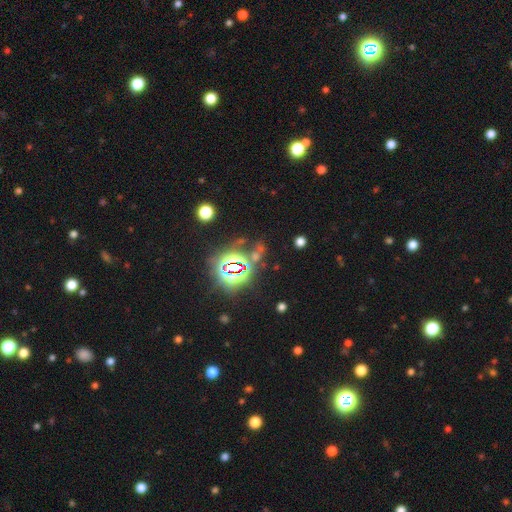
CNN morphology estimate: This is likely a star or artifact rather than a galaxy (72%).